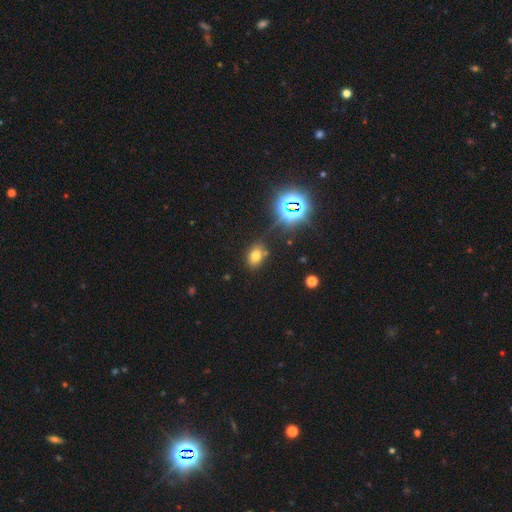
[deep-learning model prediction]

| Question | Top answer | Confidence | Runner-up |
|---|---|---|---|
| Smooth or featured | smooth | 67% | star or artifact (24%) |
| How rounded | in between | 70% | round (29%) |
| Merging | none | 75% | minor disturbance (13%) |